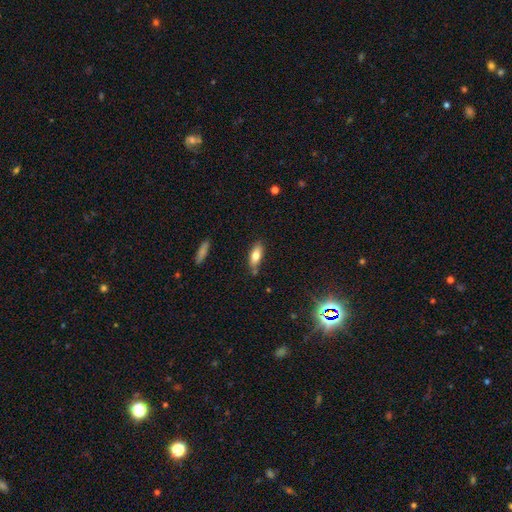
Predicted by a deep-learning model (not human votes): Smooth or featured? smooth (75%)
How rounded? in between (76%)
Merging? none (72%)